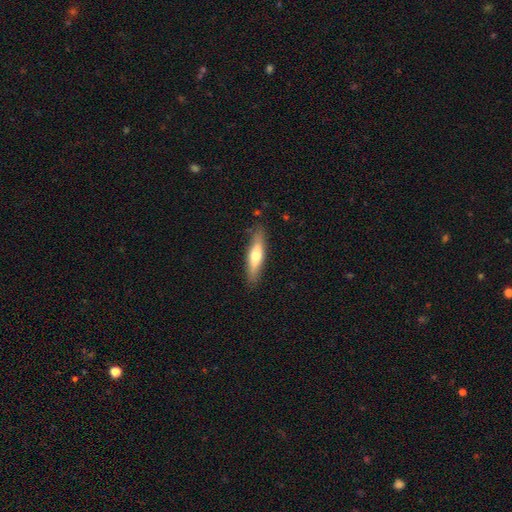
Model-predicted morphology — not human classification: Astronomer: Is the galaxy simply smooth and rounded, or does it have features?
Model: smooth — 56% (runner-up: featured or disk, 38%).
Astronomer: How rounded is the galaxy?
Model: cigar-shaped — 72%.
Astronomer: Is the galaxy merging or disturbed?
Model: none — 85%.